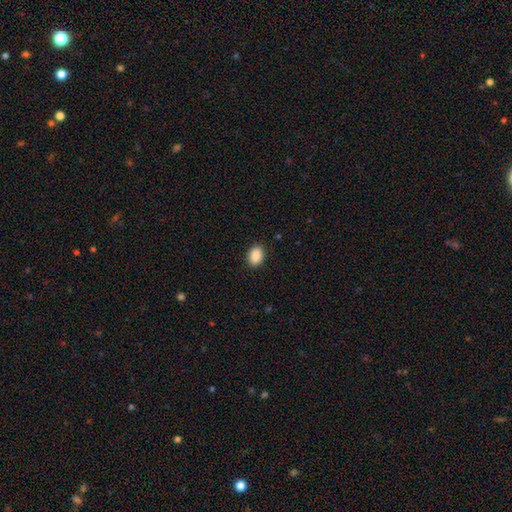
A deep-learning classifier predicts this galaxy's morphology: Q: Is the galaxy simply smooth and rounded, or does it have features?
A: smooth — 90%.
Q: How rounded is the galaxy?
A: in between — 73%.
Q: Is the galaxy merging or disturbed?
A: none — 89%.